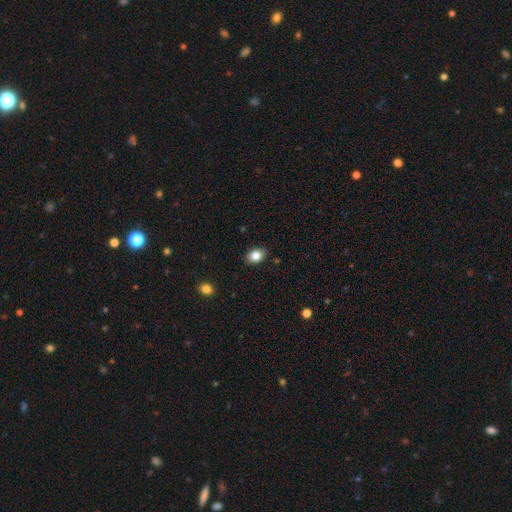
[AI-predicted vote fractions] Smooth or featured? smooth (83%)
How rounded? in between (71%)
Merging? none (87%)